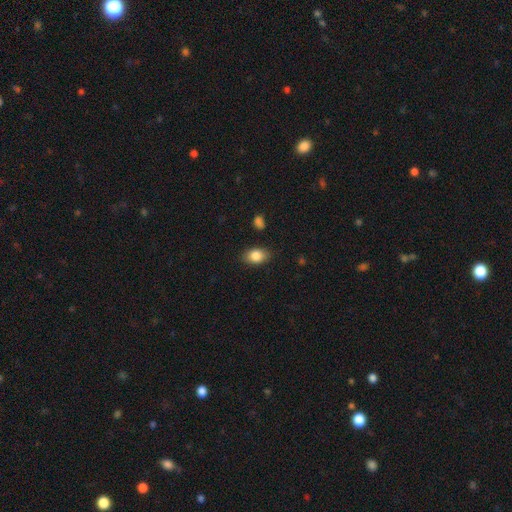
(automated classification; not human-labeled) Smooth or featured? smooth (85%)
How rounded? in between (81%)
Merging? none (83%)